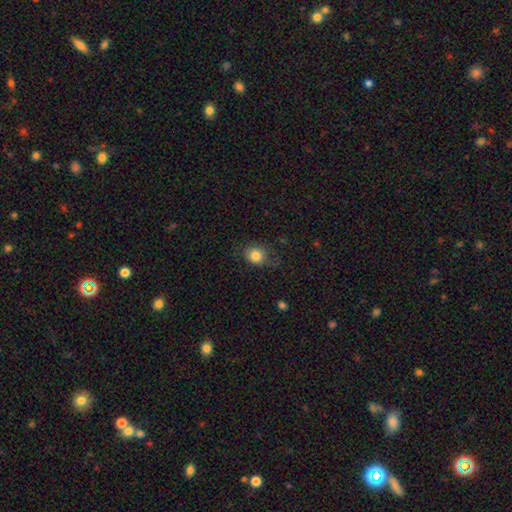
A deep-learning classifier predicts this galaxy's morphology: A smooth galaxy with no disk features (82%) that is round (65%).

Vote fractions:
- Smooth or featured? smooth: 82% / star or artifact: 10% / featured or disk: 8%
- How rounded? round: 65% / in between: 34% / cigar-shaped: 1%
- Merging? none: 65% / minor disturbance: 24% / major disturbance: 10% / merger: 1%